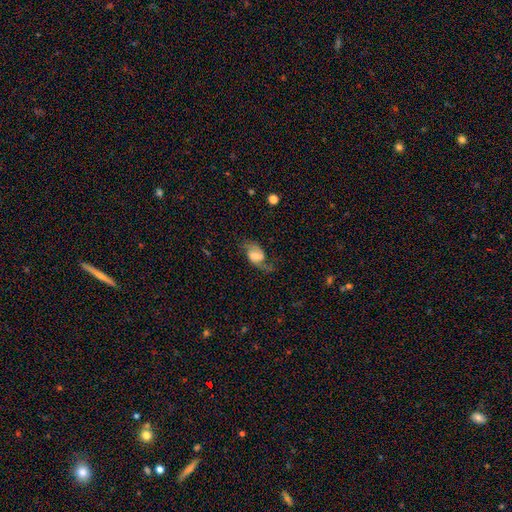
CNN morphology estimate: The model was most divided on "bulge size" (2-way tie): small: 29%, moderate: 29%, none: 25%, large: 14%, dominant: 3%. More confident: edge-on disk — no (97%); spiral arms — yes (93%); spiral arm count — 2 (88%); smooth or featured — featured or disk (71%); merging — none (63%); spiral winding — loose (55%); bar — weak (50%).